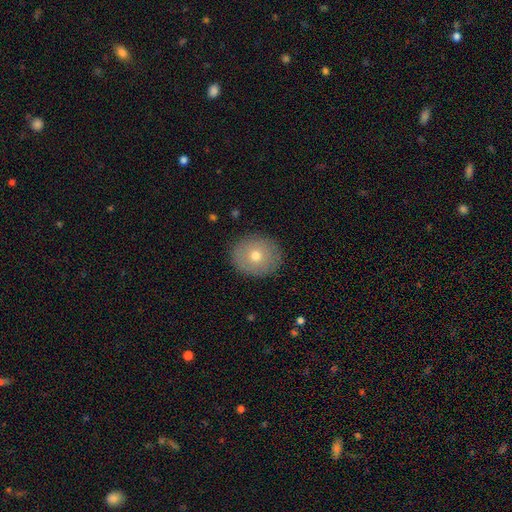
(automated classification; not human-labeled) Morphology: type=smooth (67%); roundness=round (74%); merging=none (89%).